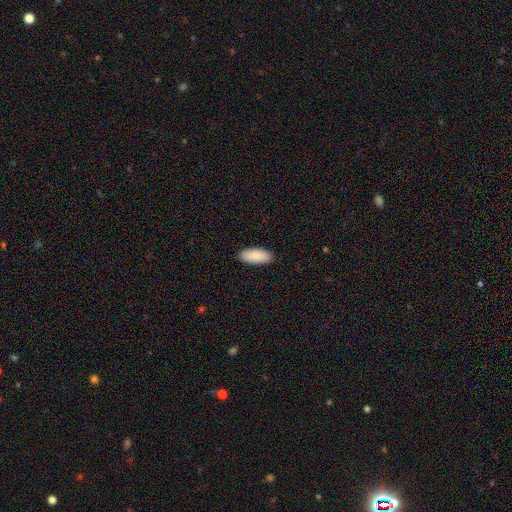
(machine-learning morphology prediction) Smooth or featured?
  - smooth: 90% *
  - star or artifact: 6%
  - featured or disk: 4%
How rounded?
  - in between: 89% *
  - cigar-shaped: 10%
  - round: 2%
Merging?
  - none: 90% *
  - minor disturbance: 8%
  - major disturbance: 2%
  - merger: 1%